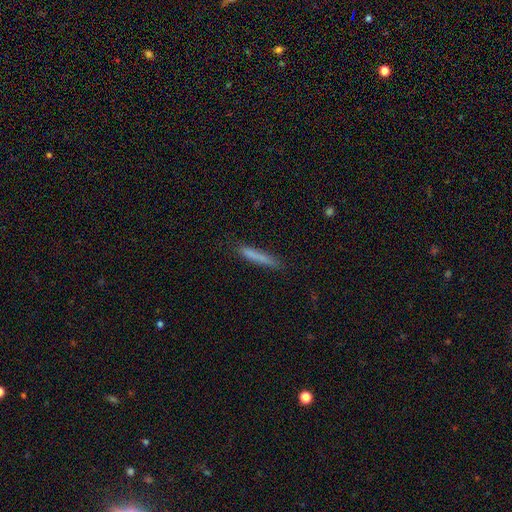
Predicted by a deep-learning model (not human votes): Smooth or featured: smooth — 77% (featured or disk — 16%)
How rounded: cigar-shaped — 94% (in between — 5%)
Merging: none — 81% (minor disturbance — 14%)